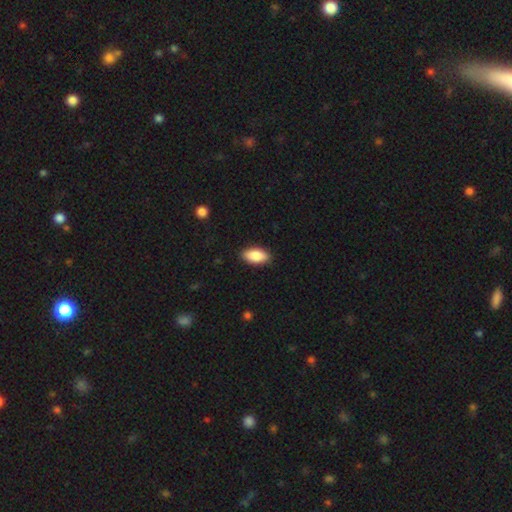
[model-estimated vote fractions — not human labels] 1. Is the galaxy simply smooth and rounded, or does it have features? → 87% smooth, 7% featured or disk, 6% star or artifact.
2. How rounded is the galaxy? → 91% in between, 6% cigar-shaped, 3% round.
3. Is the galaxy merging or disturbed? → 88% none, 9% minor disturbance, 2% major disturbance, 1% merger.